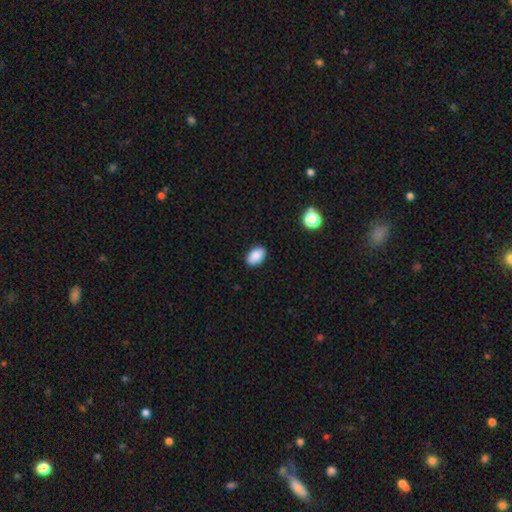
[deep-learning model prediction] Smooth or featured?
  - smooth: 88% *
  - star or artifact: 8%
  - featured or disk: 4%
How rounded?
  - in between: 91% *
  - round: 8%
  - cigar-shaped: 1%
Merging?
  - none: 89% *
  - minor disturbance: 8%
  - major disturbance: 2%
  - merger: 1%